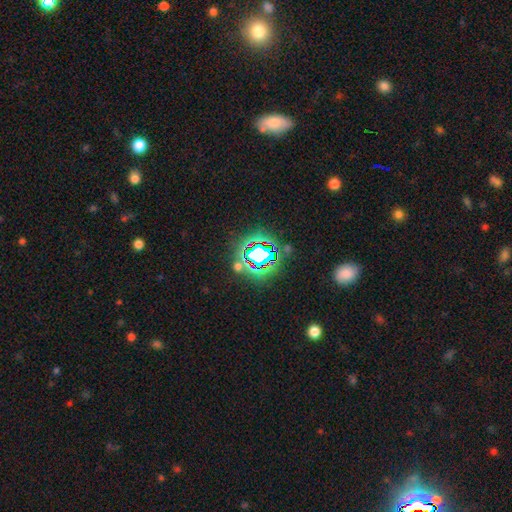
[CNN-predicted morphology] smooth-or-featured: star or artifact: 76% | smooth: 14% | featured or disk: 10%